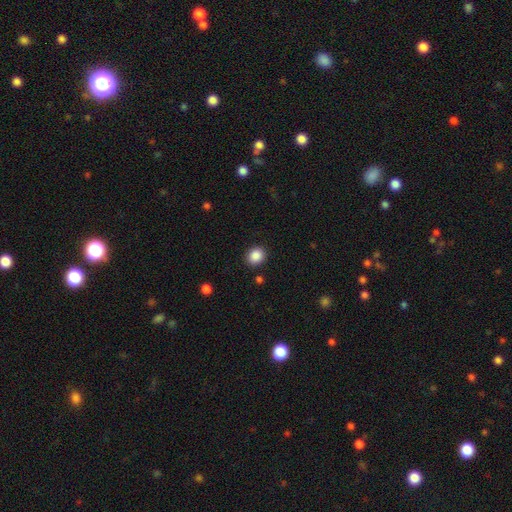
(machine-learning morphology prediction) Smooth or featured? Predicted: smooth (p=0.88). How rounded? Predicted: round (p=0.67). Merging? Predicted: none (p=0.88).